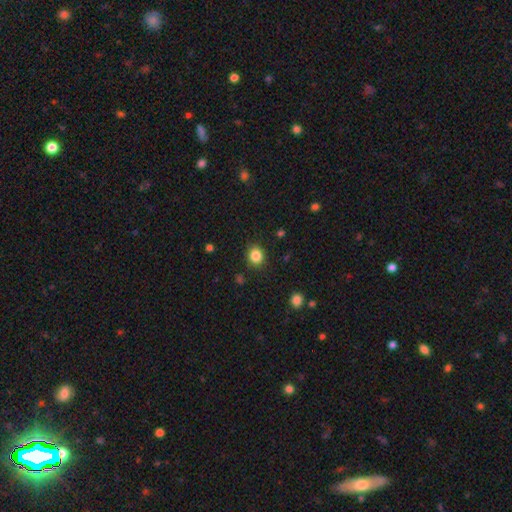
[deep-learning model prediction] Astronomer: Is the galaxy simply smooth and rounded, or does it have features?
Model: smooth — 85%.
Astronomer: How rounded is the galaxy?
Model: round — 72%.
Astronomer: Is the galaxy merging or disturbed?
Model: none — 88%.